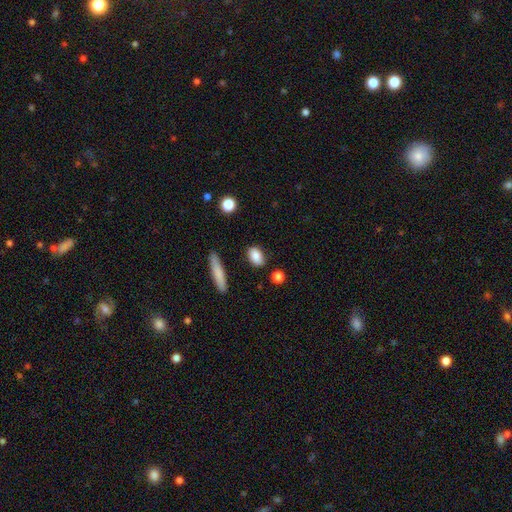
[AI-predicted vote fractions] Smooth or featured? Predicted: smooth (p=0.83). How rounded? Predicted: in between (p=0.82). Merging? Predicted: none (p=0.84).